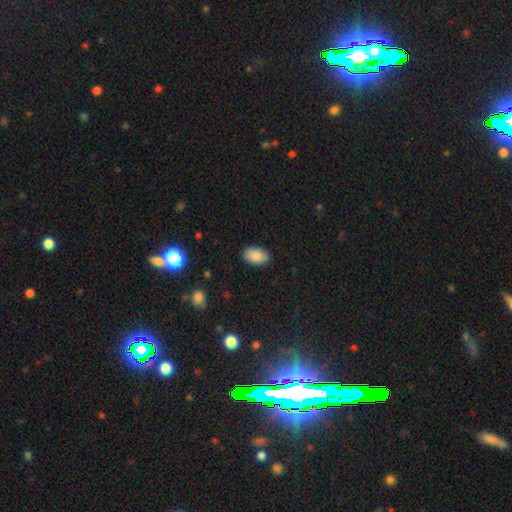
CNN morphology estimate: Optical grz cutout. It shows a smooth galaxy with no disk features (87%) that is in between round and cigar-shaped (93%). Merging: none (88%).